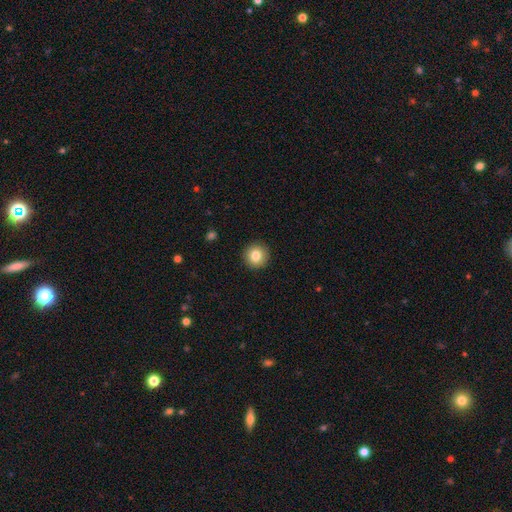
smooth-or-featured: smooth: 95% | featured or disk: 3% | star or artifact: 3%
  how-rounded: round: 100% | in between: 0% | cigar-shaped: 0%
  merging: none: 92% | minor disturbance: 5% | major disturbance: 3% | merger: 0%